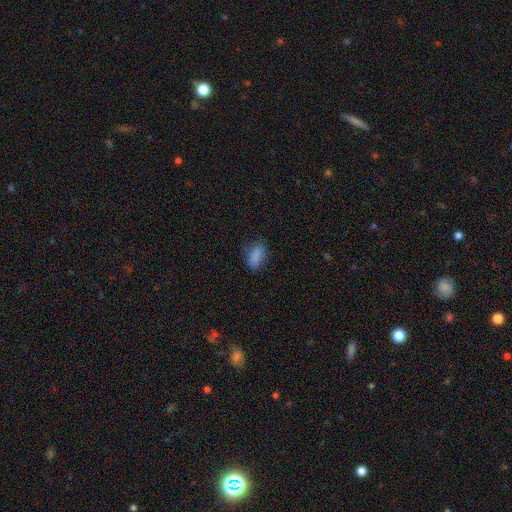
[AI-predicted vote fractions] Smooth or featured? smooth (85%)
How rounded? in between (84%)
Merging? none (77%)